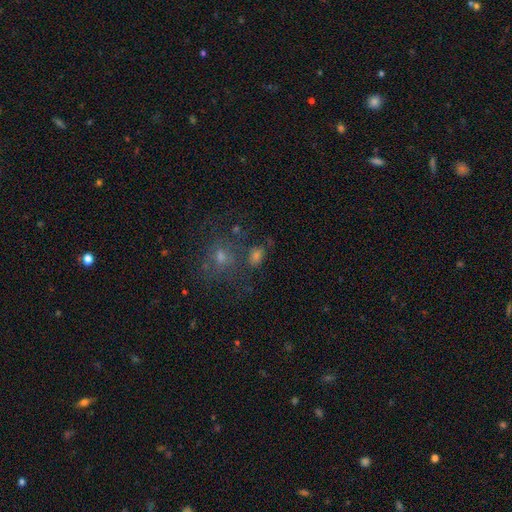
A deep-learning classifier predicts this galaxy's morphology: smooth-or-featured: smooth: 51% | star or artifact: 28% | featured or disk: 21%
  how-rounded: in between: 56% | round: 41% | cigar-shaped: 2%
  merging: none: 50% | merger: 22% | minor disturbance: 16% | major disturbance: 13%